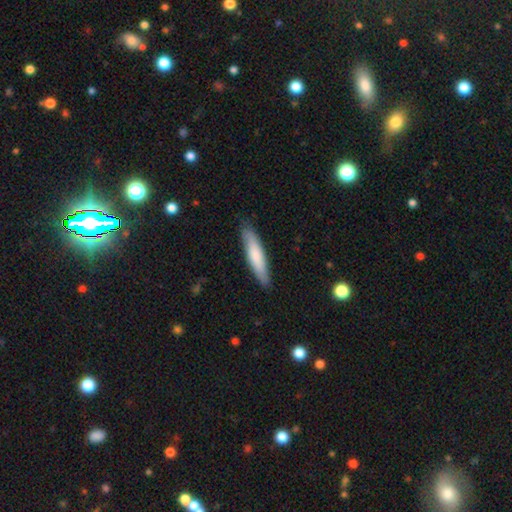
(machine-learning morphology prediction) Smooth or featured? Predicted: smooth (p=0.75). How rounded? Predicted: cigar-shaped (p=0.83). Merging? Predicted: none (p=0.87).